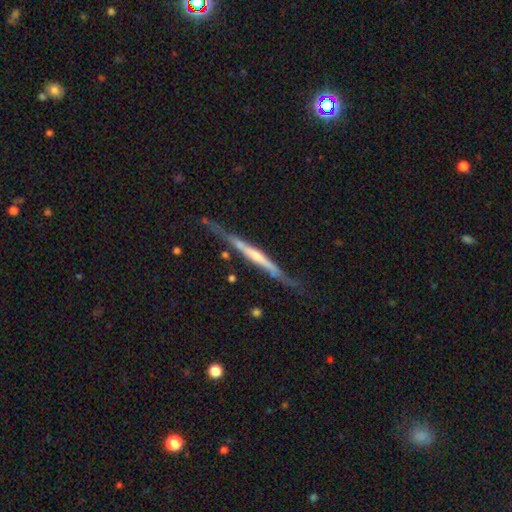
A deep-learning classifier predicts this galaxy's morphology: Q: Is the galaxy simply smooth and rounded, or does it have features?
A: featured or disk — 79%.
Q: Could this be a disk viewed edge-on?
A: yes — 97%.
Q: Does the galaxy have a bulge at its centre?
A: none — 44%.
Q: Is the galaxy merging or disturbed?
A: none — 82%.